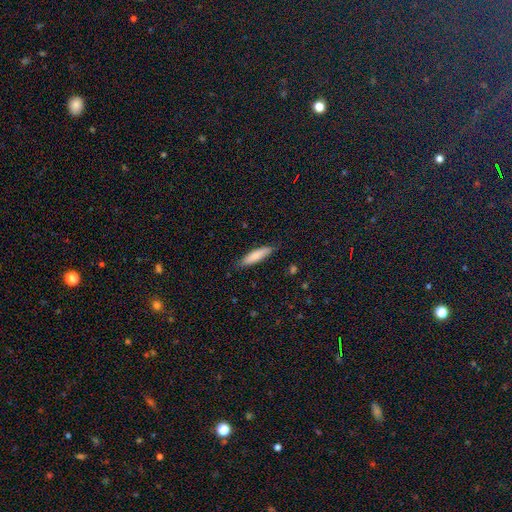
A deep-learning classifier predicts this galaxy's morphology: Q: Smooth or featured?
A: smooth (81%); runner-up: featured or disk (13%)
Q: How rounded?
A: cigar-shaped (74%); runner-up: in between (24%)
Q: Merging?
A: none (84%); runner-up: minor disturbance (12%)